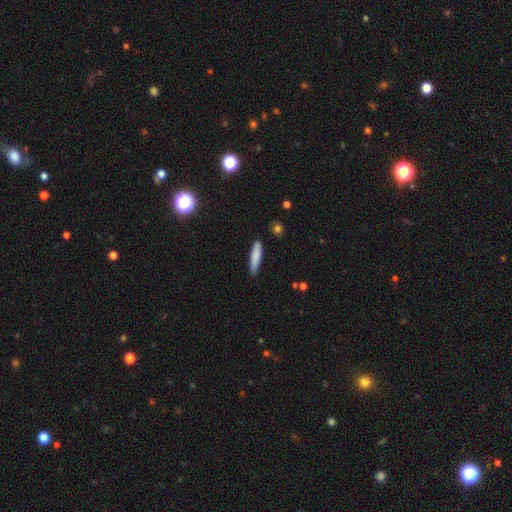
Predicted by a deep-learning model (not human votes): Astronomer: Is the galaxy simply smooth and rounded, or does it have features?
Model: smooth — 81%.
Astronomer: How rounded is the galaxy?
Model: cigar-shaped — 85%.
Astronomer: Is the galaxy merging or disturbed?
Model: none — 85%.